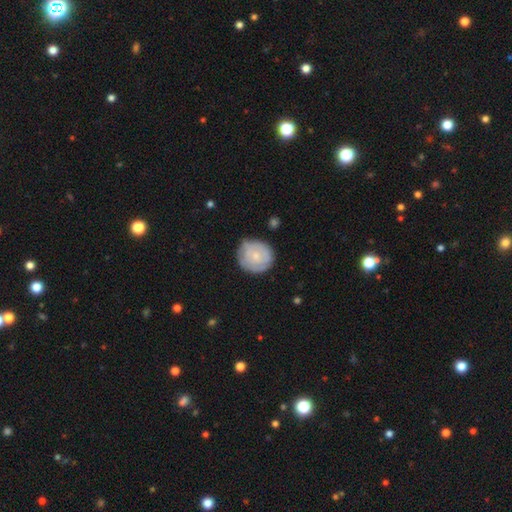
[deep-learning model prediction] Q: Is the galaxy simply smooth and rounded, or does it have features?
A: smooth — 52%.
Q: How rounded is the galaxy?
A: round — 88%.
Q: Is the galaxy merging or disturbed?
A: none — 72%.